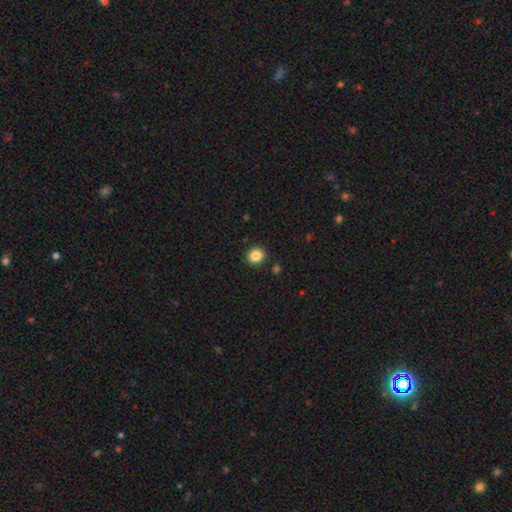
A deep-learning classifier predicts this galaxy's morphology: A smooth galaxy with no disk features (86%) that is round (78%). Merging: none (89%).